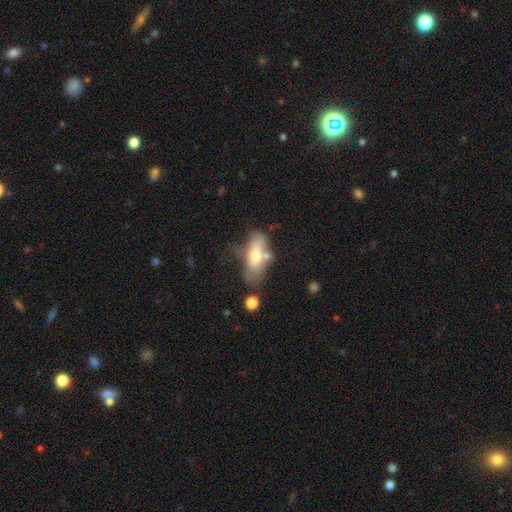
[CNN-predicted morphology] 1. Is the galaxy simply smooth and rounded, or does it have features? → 61% smooth, 31% featured or disk, 8% star or artifact.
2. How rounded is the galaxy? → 76% in between, 20% cigar-shaped, 4% round.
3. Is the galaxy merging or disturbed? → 38% none, 25% minor disturbance, 21% merger, 16% major disturbance.